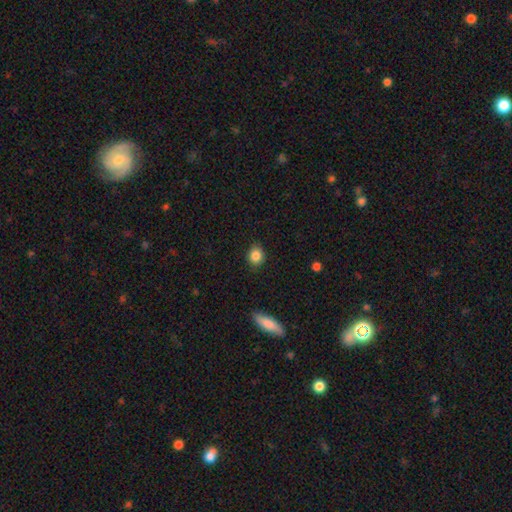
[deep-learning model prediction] Q: Smooth or featured?
A: smooth (85%); runner-up: star or artifact (9%)
Q: How rounded?
A: round (62%); runner-up: in between (36%)
Q: Merging?
A: none (85%); runner-up: minor disturbance (12%)